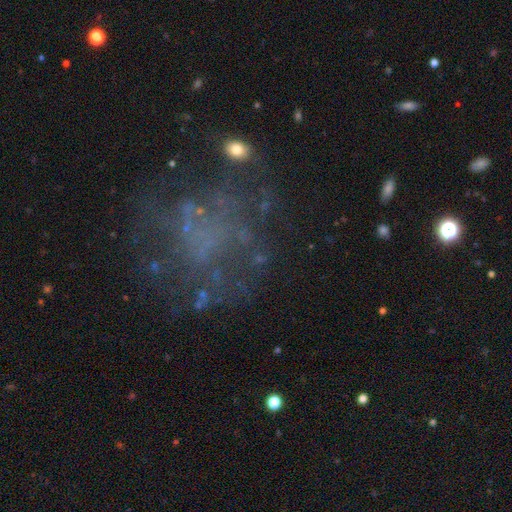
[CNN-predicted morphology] Q: Smooth or featured?
A: featured or disk (49%); runner-up: star or artifact (27%)
Q: Merging?
A: none (56%); runner-up: major disturbance (23%)